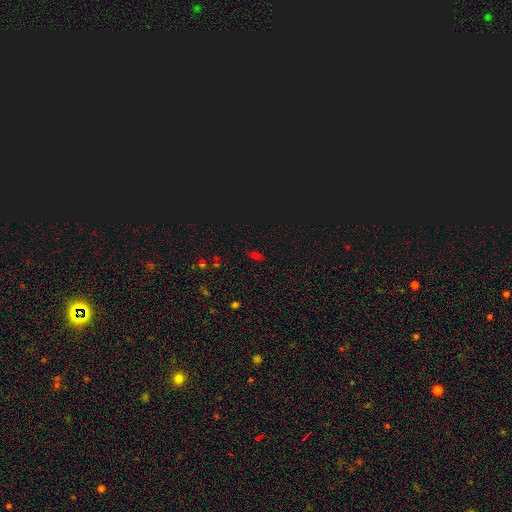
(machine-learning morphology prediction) Smooth or featured? star or artifact (47%)